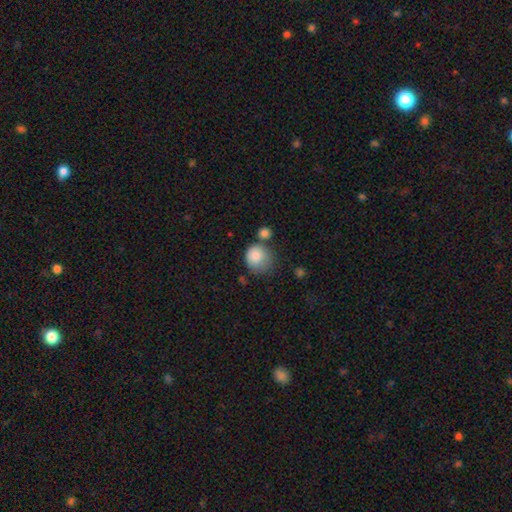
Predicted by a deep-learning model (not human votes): Overall: smooth (83%). How rounded: round (82%). Merging: none (46%; minor disturbance 27%).